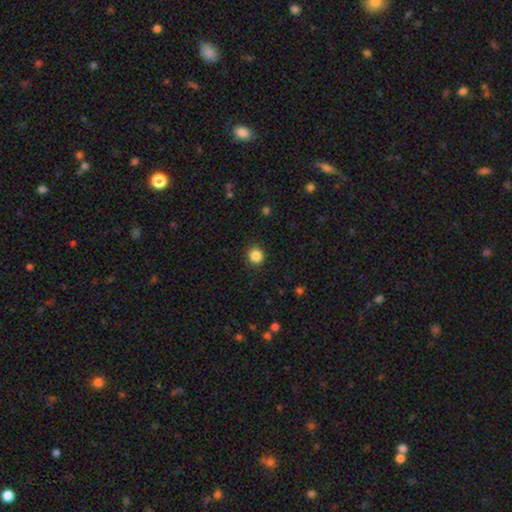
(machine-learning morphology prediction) Q: Smooth or featured?
A: smooth (86%); runner-up: star or artifact (11%)
Q: How rounded?
A: round (92%); runner-up: in between (7%)
Q: Merging?
A: none (91%); runner-up: minor disturbance (6%)